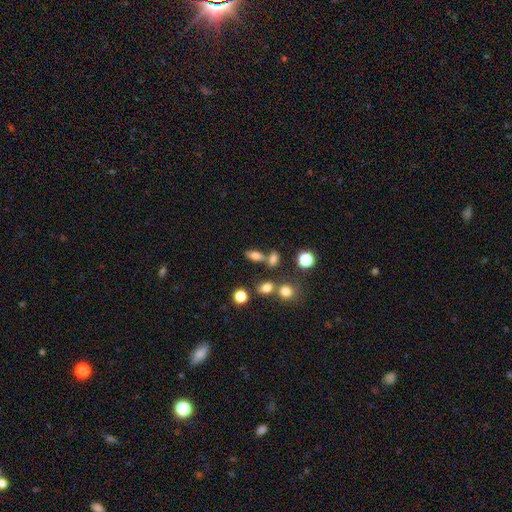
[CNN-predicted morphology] Smooth or featured? smooth (72%)
How rounded? in between (79%)
Merging? none (59%)